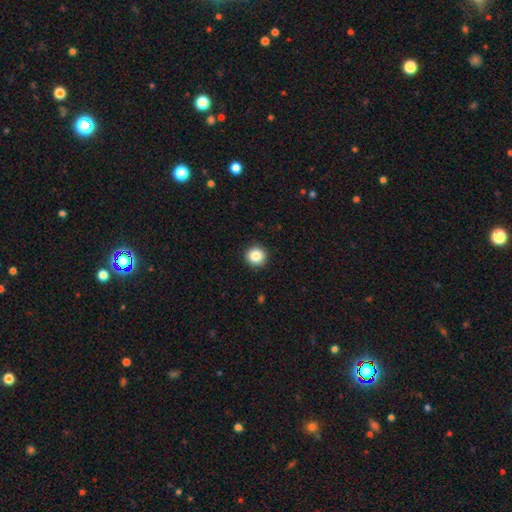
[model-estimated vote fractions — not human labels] Smooth or featured: smooth — 86% (star or artifact — 10%)
How rounded: round — 95% (in between — 4%)
Merging: none — 93% (minor disturbance — 5%)